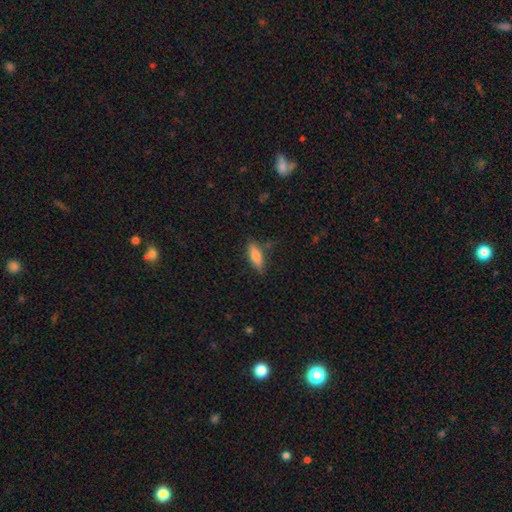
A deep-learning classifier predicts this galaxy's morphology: type=smooth (75%); roundness=in between (51%); merging=none (80%).